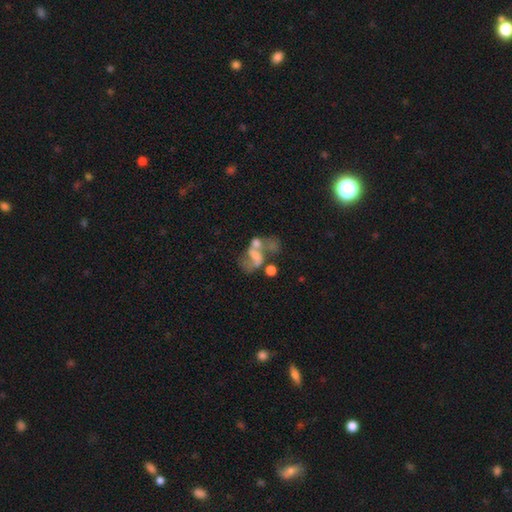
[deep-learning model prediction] smooth_or_featured: featured or disk (p=0.58) [alt: smooth p=0.27]
disk_edge_on: no (p=0.97) [alt: yes p=0.03]
bar: no (p=0.51) [alt: weak p=0.30]
has_spiral_arms: yes (p=0.52) [alt: no p=0.48]
bulge_size: none (p=0.52) [alt: small p=0.20]
merging: merger (p=0.42) [alt: major disturbance p=0.26]